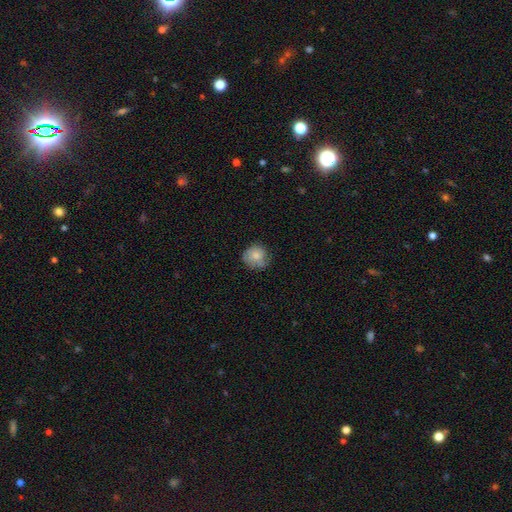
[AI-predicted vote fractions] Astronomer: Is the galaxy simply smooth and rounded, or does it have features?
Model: smooth — 71%.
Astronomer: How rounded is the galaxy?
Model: round — 84%.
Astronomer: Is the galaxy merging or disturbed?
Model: none — 62%.